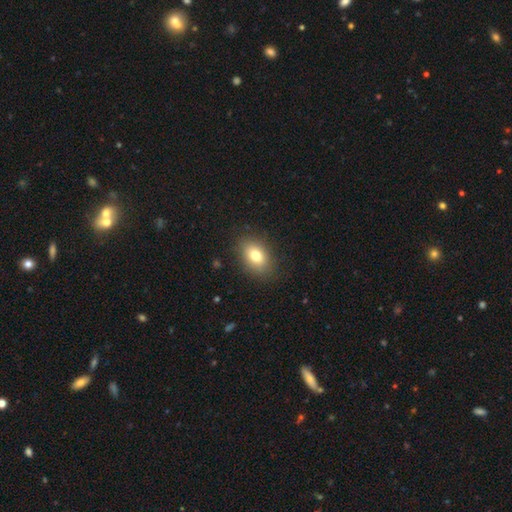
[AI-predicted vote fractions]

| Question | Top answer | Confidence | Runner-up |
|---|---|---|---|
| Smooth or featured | smooth | 78% | featured or disk (12%) |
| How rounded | in between | 80% | round (19%) |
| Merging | none | 85% | minor disturbance (10%) |